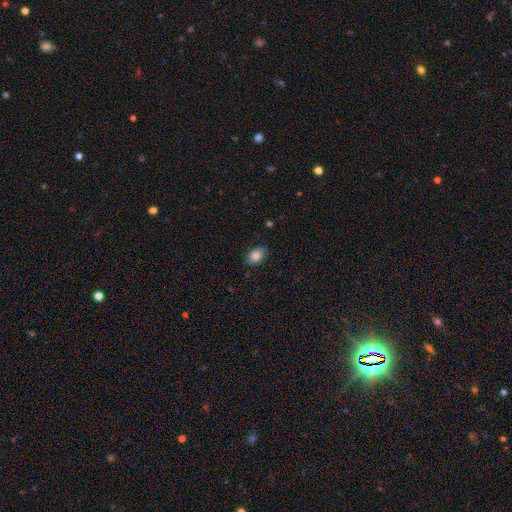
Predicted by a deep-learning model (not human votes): This is clearly a smooth galaxy (84%). How rounded: likely in between (80%). Merging: clearly none (82%).